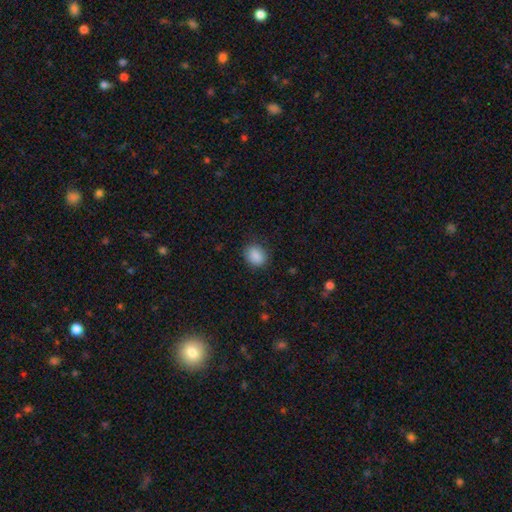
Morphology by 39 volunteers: This appears to be a smooth galaxy with no disk features (92%) that is in between round and cigar-shaped (64%). Merging: none (86%).